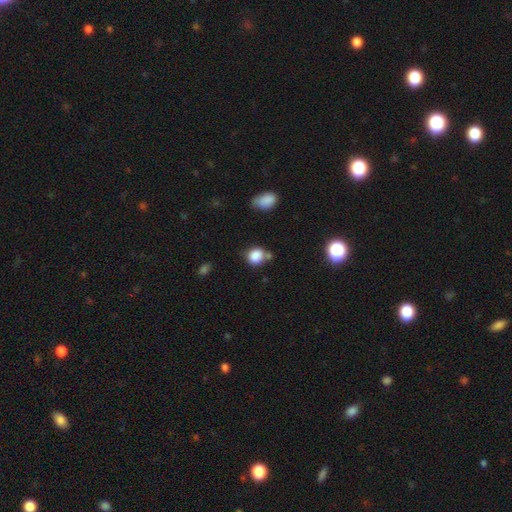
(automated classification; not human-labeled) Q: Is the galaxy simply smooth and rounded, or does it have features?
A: smooth — 84%.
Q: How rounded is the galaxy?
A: round — 72%.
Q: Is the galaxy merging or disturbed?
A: none — 56%.